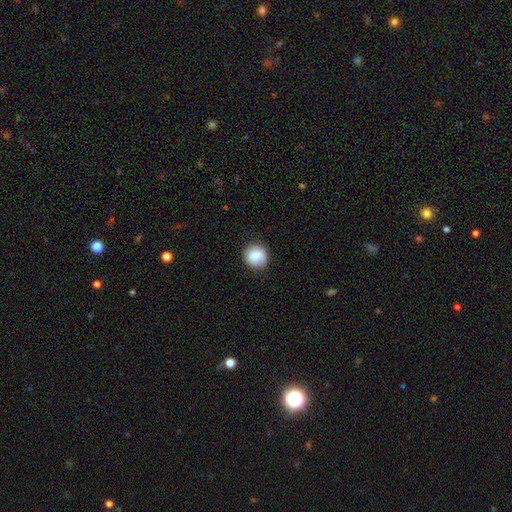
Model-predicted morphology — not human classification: This appears to be a smooth galaxy with no disk features (84%) that is round (83%). Merging: none (81%).